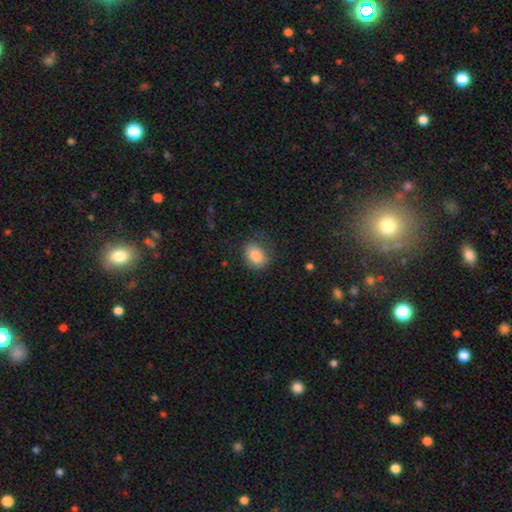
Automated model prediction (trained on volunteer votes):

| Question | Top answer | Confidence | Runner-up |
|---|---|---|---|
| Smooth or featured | smooth | 84% | featured or disk (8%) |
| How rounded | in between | 66% | round (33%) |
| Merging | none | 69% | minor disturbance (20%) |